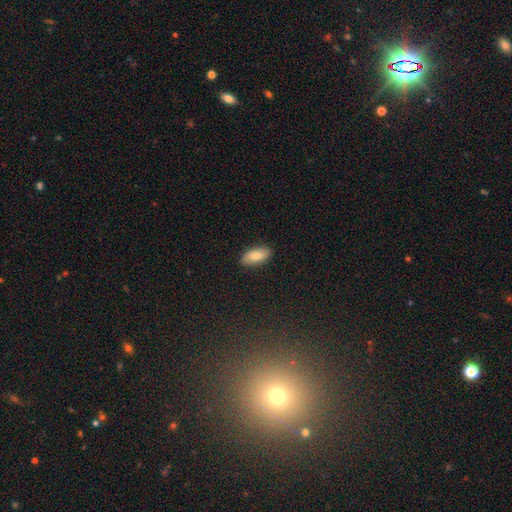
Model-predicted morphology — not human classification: A smooth galaxy with no disk features (75%) that is in between round and cigar-shaped (89%). Merging: none (88%).